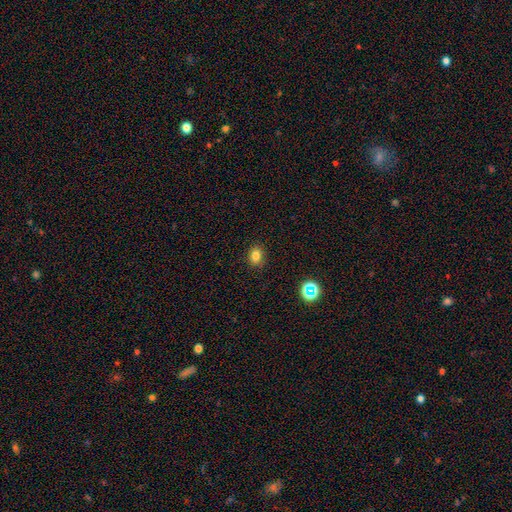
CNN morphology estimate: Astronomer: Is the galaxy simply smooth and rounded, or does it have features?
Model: smooth — 80%.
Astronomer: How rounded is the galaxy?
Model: in between — 67%.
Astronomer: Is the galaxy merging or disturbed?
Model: none — 87%.